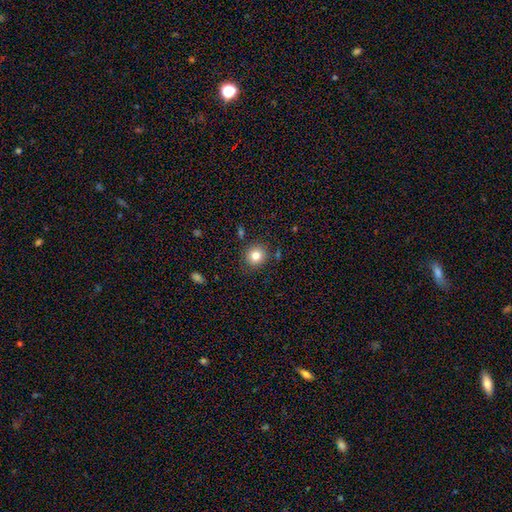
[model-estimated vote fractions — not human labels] A smooth galaxy with no disk features (81%) that is round (85%). Merging: none (84%).